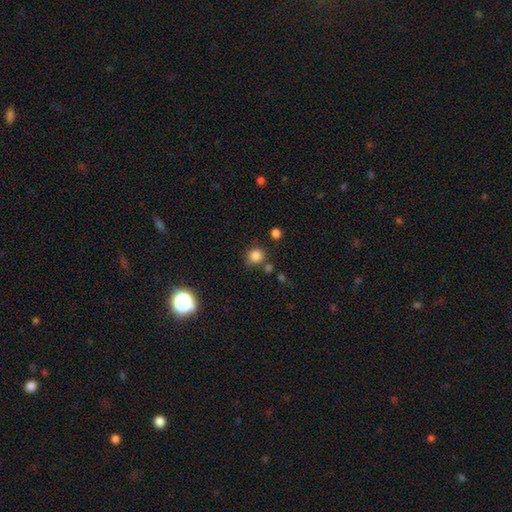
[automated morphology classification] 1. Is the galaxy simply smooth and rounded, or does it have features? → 83% smooth, 12% star or artifact, 5% featured or disk.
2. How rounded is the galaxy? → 87% round, 12% in between, 1% cigar-shaped.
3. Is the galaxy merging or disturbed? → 74% none, 14% minor disturbance, 8% merger, 4% major disturbance.